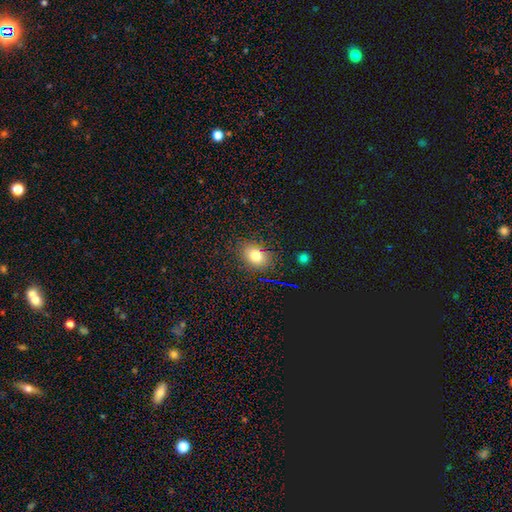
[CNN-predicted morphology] Smooth or featured? Predicted: smooth (p=0.76). How rounded? Predicted: in between (p=0.65). Merging? Predicted: none (p=0.84).